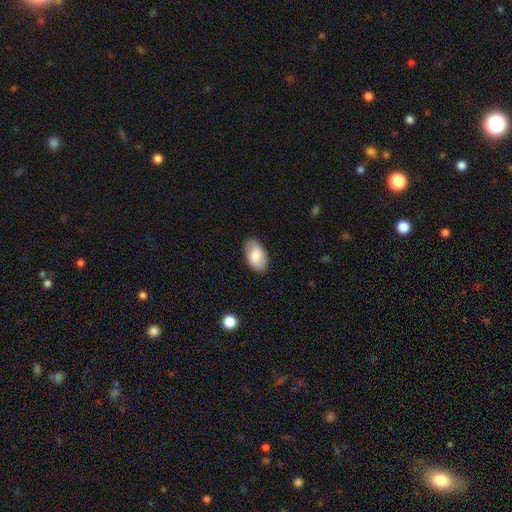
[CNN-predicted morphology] Q: Smooth or featured?
A: smooth (77%); runner-up: featured or disk (17%)
Q: How rounded?
A: in between (94%); runner-up: round (4%)
Q: Merging?
A: none (84%); runner-up: minor disturbance (12%)